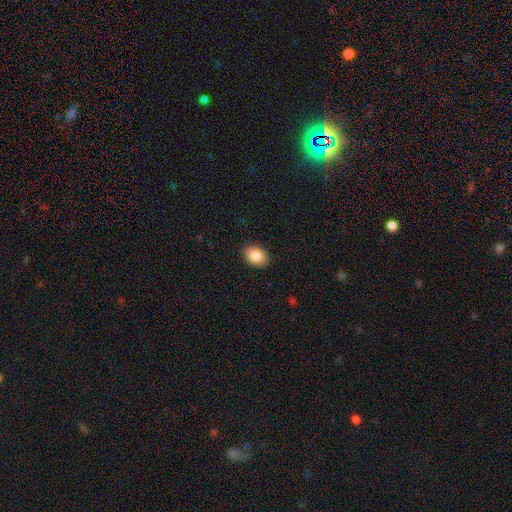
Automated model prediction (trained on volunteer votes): Morphology: type=smooth (87%); roundness=in between (75%); merging=none (90%).